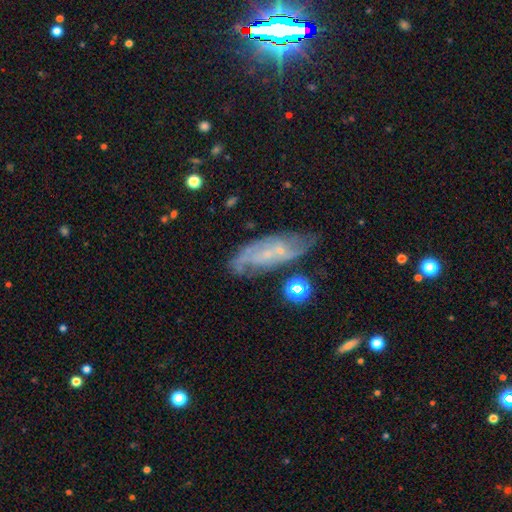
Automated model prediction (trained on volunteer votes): Smooth or featured? featured or disk (70%)
Edge-on disk? no (88%)
Bar? no (57%)
Spiral arms? yes (83%)
Spiral winding? medium (42%)
Spiral arm count? 2 (49%)
Bulge size? small (75%)
Merging? none (60%)